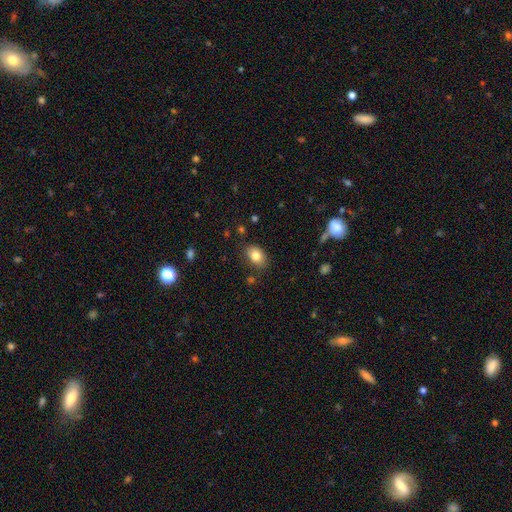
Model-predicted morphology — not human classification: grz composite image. It shows a smooth galaxy with no disk features (82%) that is in between round and cigar-shaped (78%). Merging: none (82%).